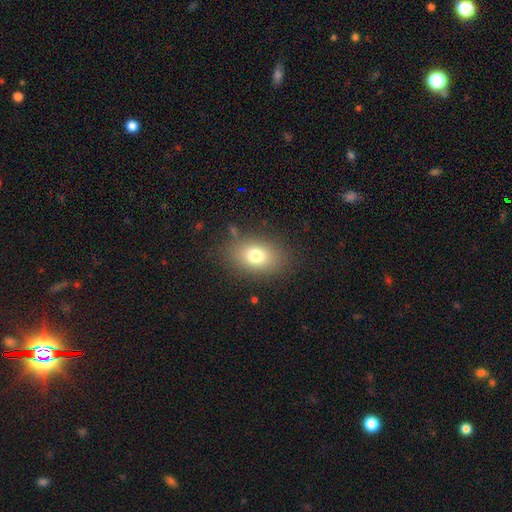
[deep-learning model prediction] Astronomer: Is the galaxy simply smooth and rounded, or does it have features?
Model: smooth — 78%.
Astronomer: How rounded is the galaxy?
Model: in between — 77%.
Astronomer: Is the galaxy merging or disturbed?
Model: none — 82%.